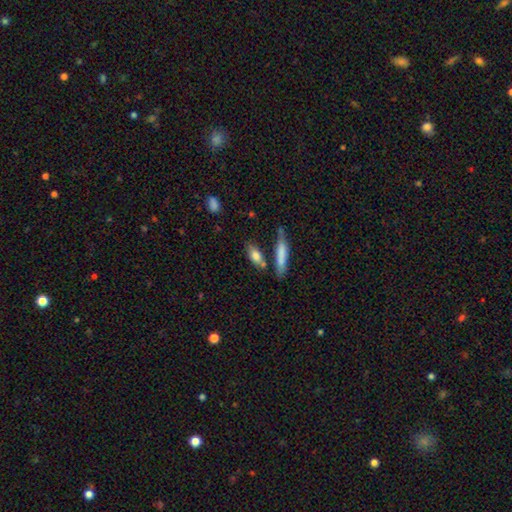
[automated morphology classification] The model was most divided on "how rounded": in between: 66%, cigar-shaped: 30%, round: 5%. More confident: smooth or featured — smooth (78%); merging — none (61%).